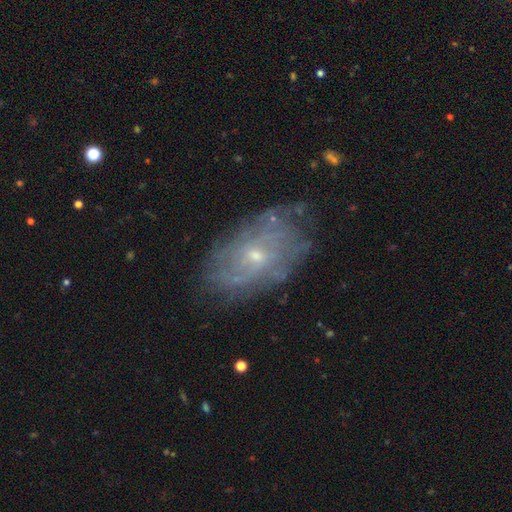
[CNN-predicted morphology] smooth-or-featured: featured or disk: 70% | smooth: 20% | star or artifact: 9%
  disk-edge-on: no: 94% | yes: 6%
    bar: no: 75% | weak: 22% | strong: 3%
    has-spiral-arms: yes: 73% | no: 27%
    bulge-size: small: 70% | moderate: 26% | none: 2% | large: 1% | dominant: 1%
  merging: none: 71% | minor disturbance: 20% | major disturbance: 7% | merger: 2%